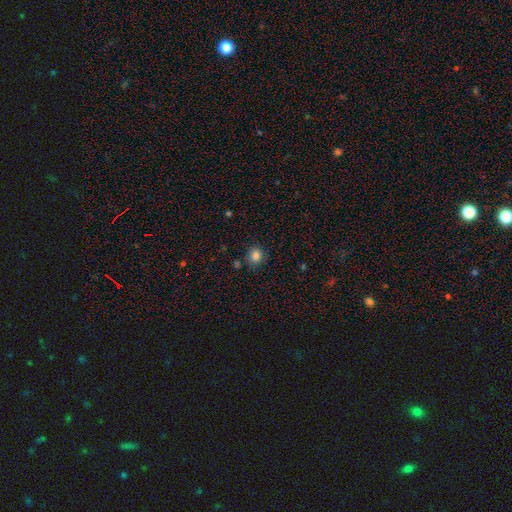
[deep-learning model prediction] Smooth or featured?
  - smooth: 83% *
  - star or artifact: 13%
  - featured or disk: 5%
How rounded?
  - round: 78% *
  - in between: 21%
  - cigar-shaped: 1%
Merging?
  - none: 83% *
  - minor disturbance: 11%
  - merger: 4%
  - major disturbance: 3%